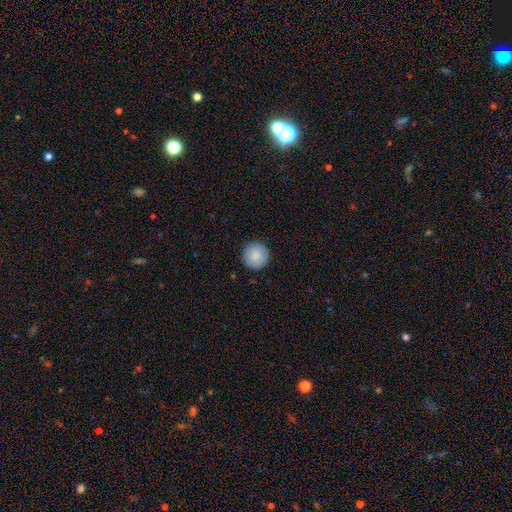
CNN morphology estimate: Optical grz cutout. It shows a smooth galaxy with no disk features (88%) that is round (96%). Merging: none (92%).